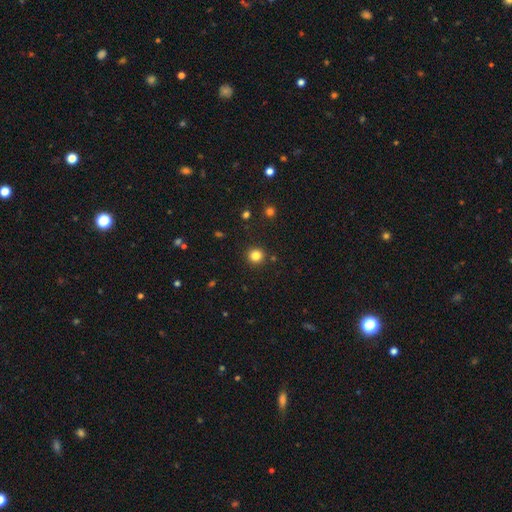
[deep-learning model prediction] Q: Smooth or featured?
A: smooth (82%); runner-up: star or artifact (13%)
Q: How rounded?
A: round (94%); runner-up: in between (5%)
Q: Merging?
A: none (91%); runner-up: minor disturbance (5%)